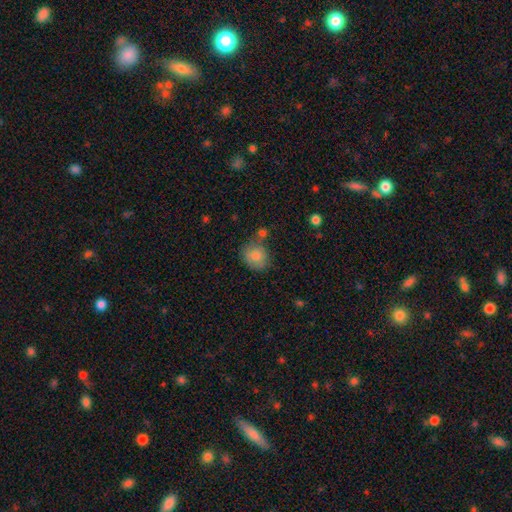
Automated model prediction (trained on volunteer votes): Smooth or featured? Predicted: smooth (p=0.82). How rounded? Predicted: round (p=0.72). Merging? Predicted: none (p=0.62).